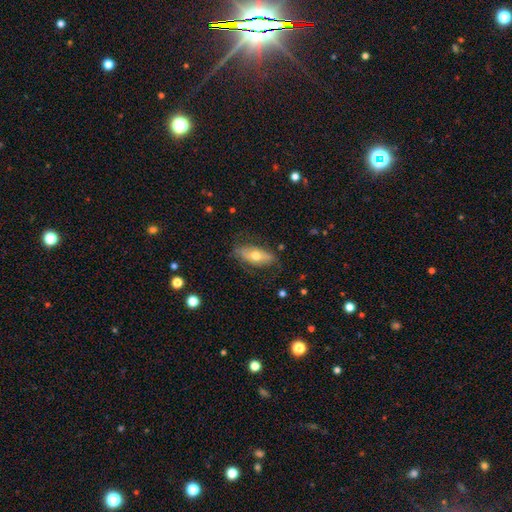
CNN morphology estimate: smooth 55%, featured or disk 38%, star or artifact 6%. Down the decision tree: how rounded — in between (79%); merging — none (73%).